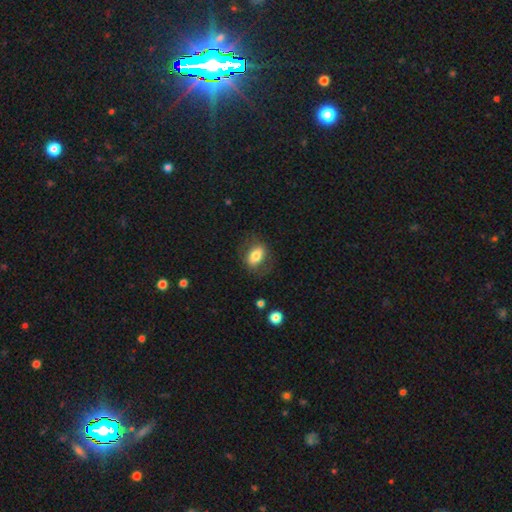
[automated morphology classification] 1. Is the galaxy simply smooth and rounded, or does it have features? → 71% smooth, 21% featured or disk, 8% star or artifact.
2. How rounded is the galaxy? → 84% in between, 13% round, 3% cigar-shaped.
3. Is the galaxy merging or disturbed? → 73% none, 16% minor disturbance, 9% major disturbance, 1% merger.